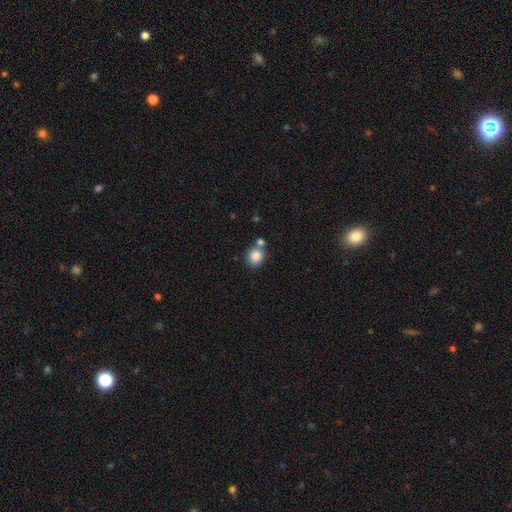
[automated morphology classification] A smooth galaxy with no disk features (86%) that is round (70%). Merging: none (64%).